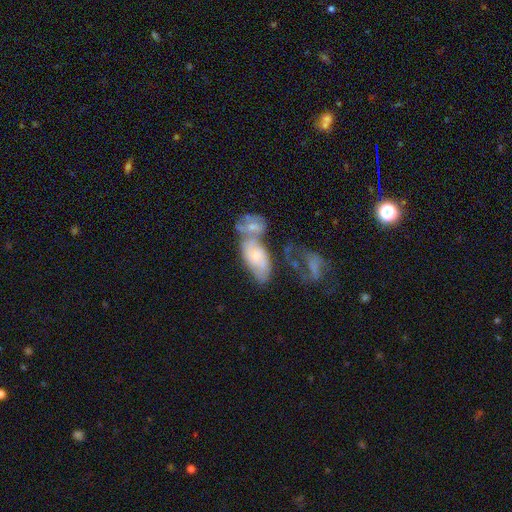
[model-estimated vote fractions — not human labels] A featured or disk galaxy (58%) with no bar (70%), spiral arms (76%) and a small central bulge (47%).

Vote fractions:
- Smooth or featured? featured or disk: 58% / smooth: 34% / star or artifact: 8%
- Edge-on disk? no: 92% / yes: 8%
- Bar? no: 70% / weak: 25% / strong: 5%
- Spiral arms? yes: 76% / no: 24%
- Bulge size? small: 47% / moderate: 32% / none: 14% / large: 5% / dominant: 2%
- Merging? merger: 59% / none: 20% / minor disturbance: 12% / major disturbance: 10%